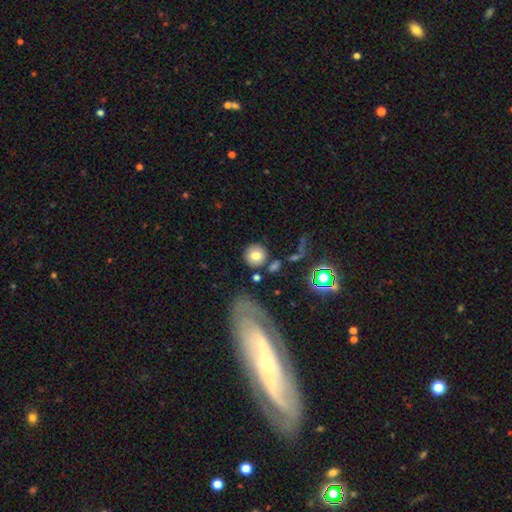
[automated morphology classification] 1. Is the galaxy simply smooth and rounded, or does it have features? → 78% smooth, 12% featured or disk, 10% star or artifact.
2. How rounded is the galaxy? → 92% round, 7% in between, 1% cigar-shaped.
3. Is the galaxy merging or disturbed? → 81% none, 9% minor disturbance, 6% merger, 4% major disturbance.